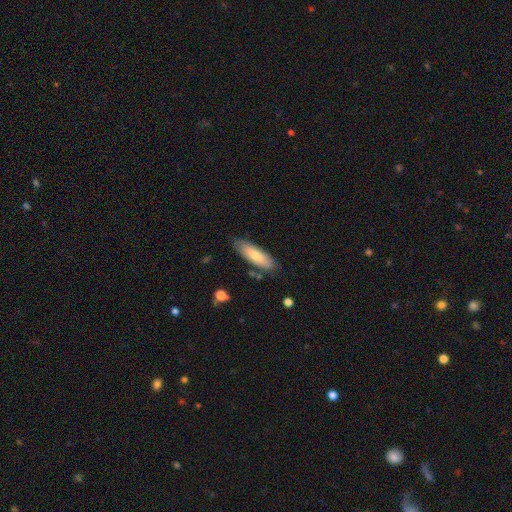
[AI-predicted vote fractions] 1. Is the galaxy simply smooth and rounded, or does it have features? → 72% smooth, 22% featured or disk, 6% star or artifact.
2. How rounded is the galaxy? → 55% in between, 43% cigar-shaped, 2% round.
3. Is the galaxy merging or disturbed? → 79% none, 16% minor disturbance, 3% major disturbance, 3% merger.